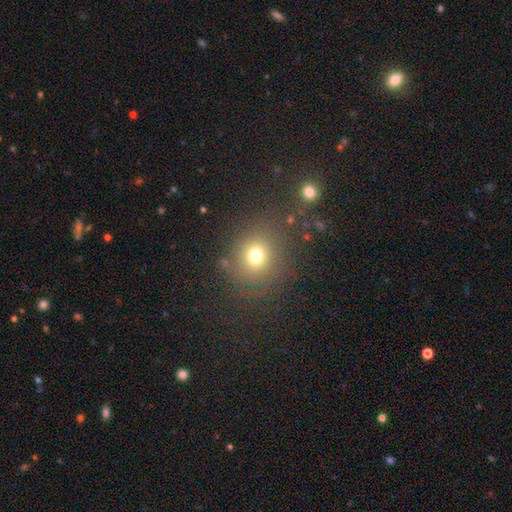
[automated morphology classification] This is likely a smooth galaxy (72%). How rounded: likely round (80%). Merging: likely none (79%).